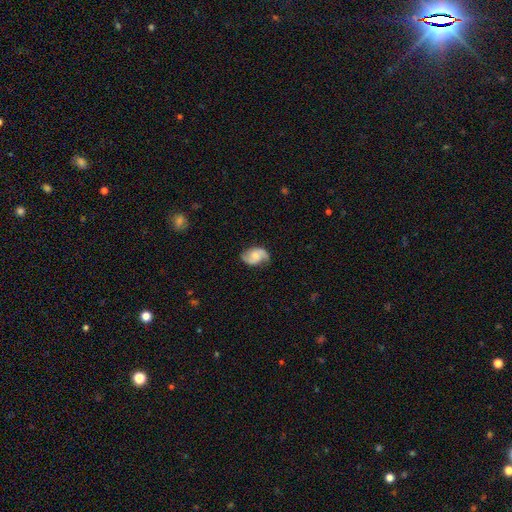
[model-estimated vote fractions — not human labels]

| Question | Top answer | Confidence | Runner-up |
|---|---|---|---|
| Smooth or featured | featured or disk | 71% | smooth (22%) |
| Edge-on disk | no | 97% | yes (3%) |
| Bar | no | 62% | weak (31%) |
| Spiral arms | yes | 94% | no (6%) |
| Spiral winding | medium | 44% | loose (37%) |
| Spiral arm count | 2 | 89% | can't tell (5%) |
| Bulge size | moderate | 47% | small (42%) |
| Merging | none | 72% | minor disturbance (20%) |